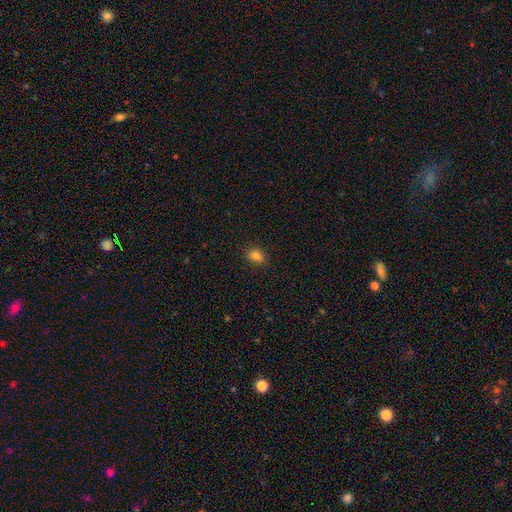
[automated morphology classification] type=smooth (81%); roundness=in between (67%); merging=none (84%).